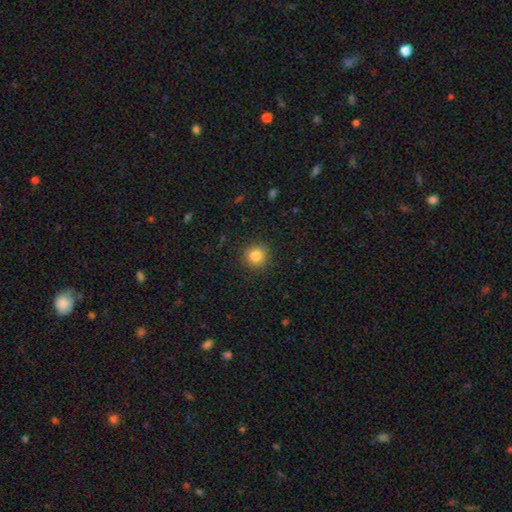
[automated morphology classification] Smooth or featured: smooth — 84% (star or artifact — 11%)
How rounded: round — 92% (in between — 7%)
Merging: none — 88% (minor disturbance — 8%)